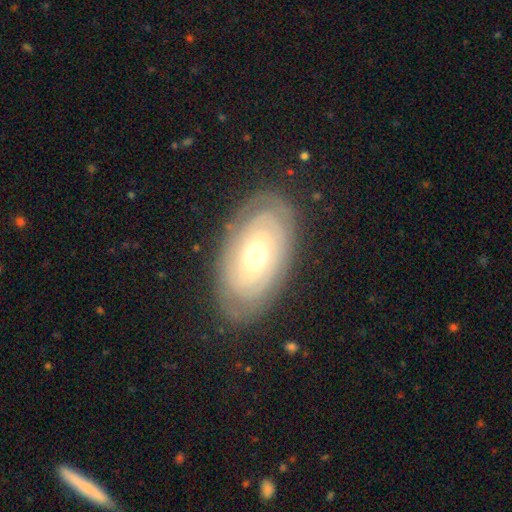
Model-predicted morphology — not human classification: Q: Smooth or featured?
A: featured or disk (70%); runner-up: smooth (24%)
Q: Edge-on disk?
A: no (93%); runner-up: yes (7%)
Q: Bar?
A: no (80%); runner-up: weak (15%)
Q: Spiral arms?
A: yes (74%); runner-up: no (26%)
Q: Bulge size?
A: moderate (66%); runner-up: small (23%)
Q: Merging?
A: none (81%); runner-up: minor disturbance (13%)